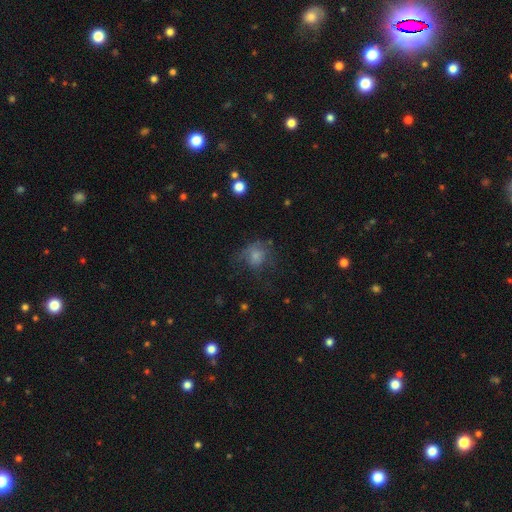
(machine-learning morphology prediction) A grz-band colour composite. It shows a smooth galaxy with no disk features (63%) that is round (68%). Merging: none (39%).